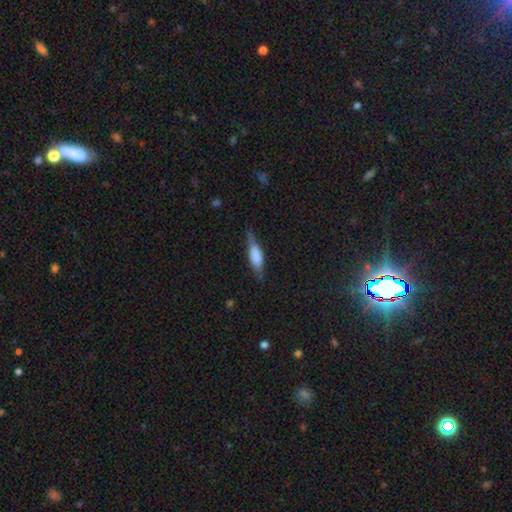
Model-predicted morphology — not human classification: Q: Smooth or featured?
A: smooth (58%); runner-up: featured or disk (35%)
Q: How rounded?
A: in between (50%); runner-up: cigar-shaped (48%)
Q: Merging?
A: none (65%); runner-up: minor disturbance (25%)